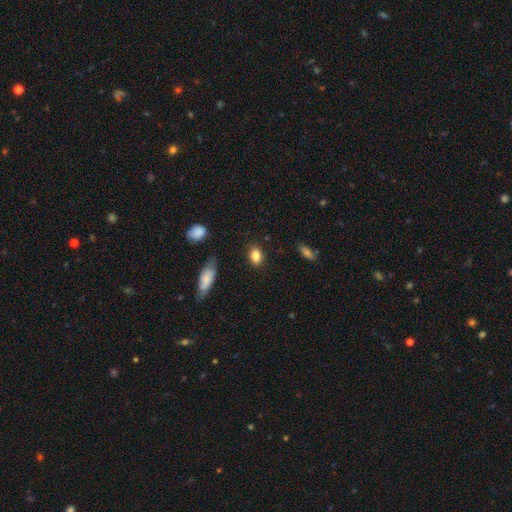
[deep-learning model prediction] Smooth or featured: smooth — 86% (star or artifact — 8%)
How rounded: in between — 79% (round — 19%)
Merging: none — 84% (minor disturbance — 11%)